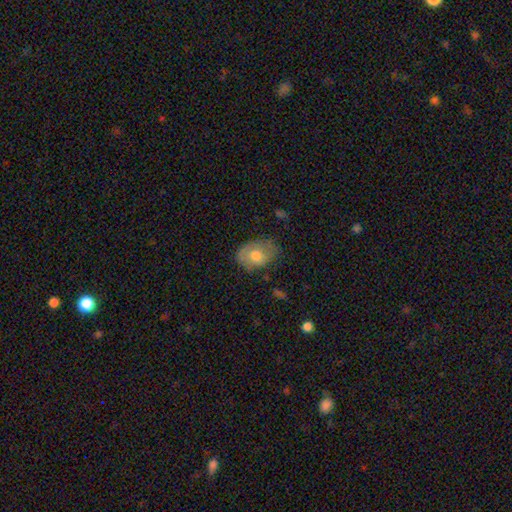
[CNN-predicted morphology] smooth-or-featured: smooth: 65% | featured or disk: 28% | star or artifact: 7%
  how-rounded: in between: 79% | round: 20% | cigar-shaped: 1%
  merging: none: 65% | minor disturbance: 26% | major disturbance: 7% | merger: 2%